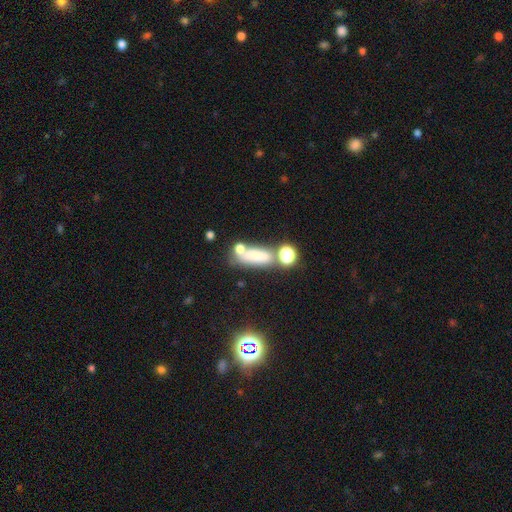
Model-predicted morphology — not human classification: type=smooth (67%); roundness=in between (62%); merging=none (44%).